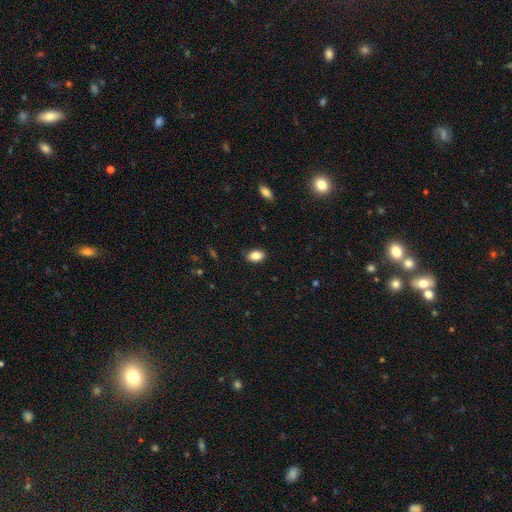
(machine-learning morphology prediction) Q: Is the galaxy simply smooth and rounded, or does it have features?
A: smooth — 86%.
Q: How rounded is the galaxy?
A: in between — 89%.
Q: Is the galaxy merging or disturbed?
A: none — 86%.